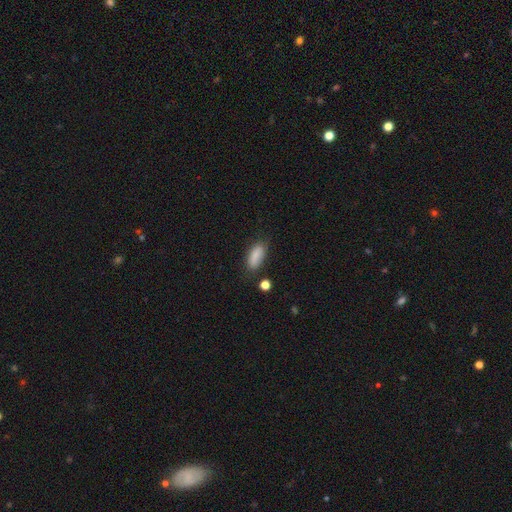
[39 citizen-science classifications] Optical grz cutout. It shows a smooth galaxy with no disk features (92%) that is in between round and cigar-shaped (89%). Merging: none (75%).